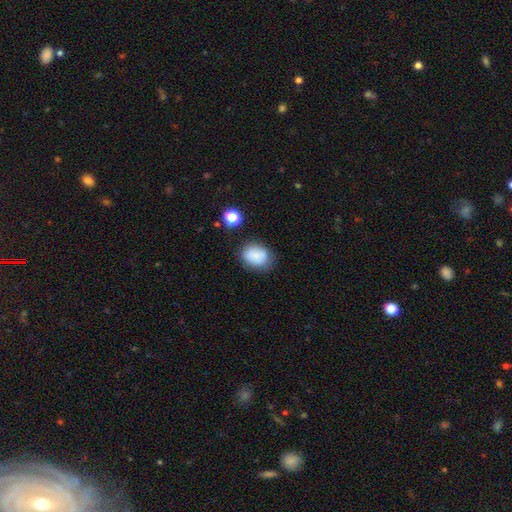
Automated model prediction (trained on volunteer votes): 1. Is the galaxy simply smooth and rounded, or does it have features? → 81% smooth, 10% star or artifact, 9% featured or disk.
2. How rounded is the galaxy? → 60% in between, 39% round, 1% cigar-shaped.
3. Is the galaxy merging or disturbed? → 70% none, 20% minor disturbance, 5% major disturbance, 5% merger.